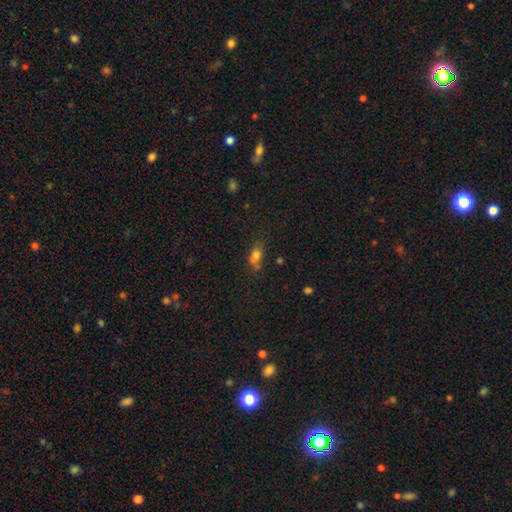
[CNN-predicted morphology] smooth_or_featured: smooth (p=0.71) [alt: star or artifact p=0.16]
how_rounded: in between (p=0.73) [alt: round p=0.19]
merging: none (p=0.50) [alt: minor disturbance p=0.23]